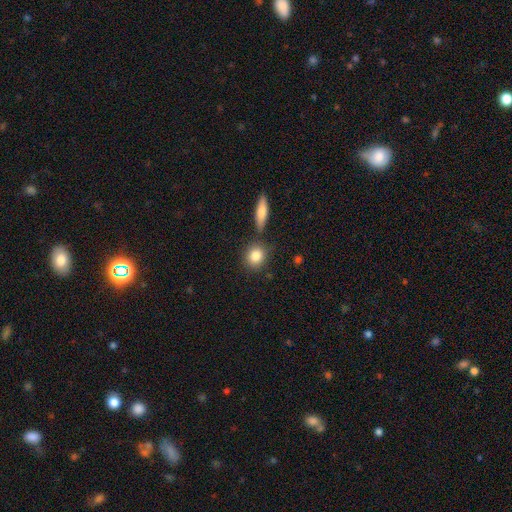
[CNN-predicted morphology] A smooth galaxy with no disk features (84%) that is round (70%).

Vote fractions:
- Smooth or featured? smooth: 84% / star or artifact: 8% / featured or disk: 8%
- How rounded? round: 70% / in between: 26% / cigar-shaped: 3%
- Merging? none: 75% / merger: 11% / minor disturbance: 11% / major disturbance: 3%